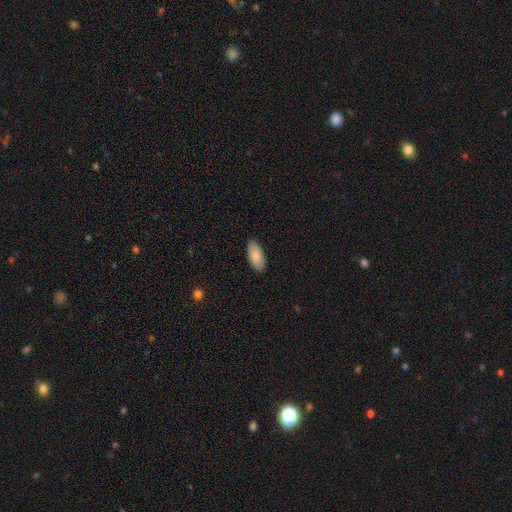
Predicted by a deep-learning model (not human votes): Smooth or featured?
  - smooth: 88% *
  - featured or disk: 6%
  - star or artifact: 6%
How rounded?
  - in between: 87% *
  - cigar-shaped: 11%
  - round: 2%
Merging?
  - none: 88% *
  - minor disturbance: 9%
  - major disturbance: 2%
  - merger: 1%